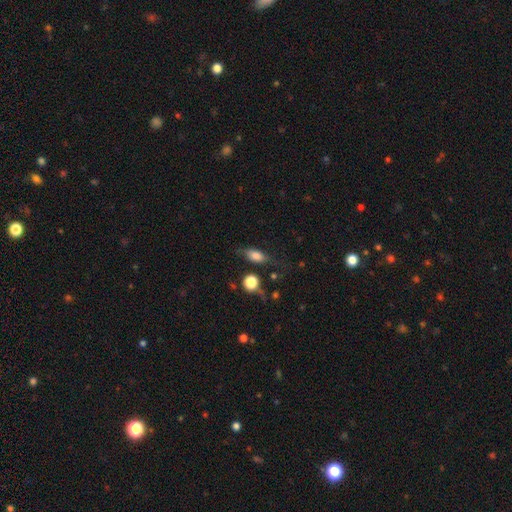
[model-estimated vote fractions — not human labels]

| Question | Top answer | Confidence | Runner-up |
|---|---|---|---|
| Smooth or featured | smooth | 69% | featured or disk (21%) |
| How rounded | in between | 71% | cigar-shaped (15%) |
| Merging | none | 53% | minor disturbance (25%) |